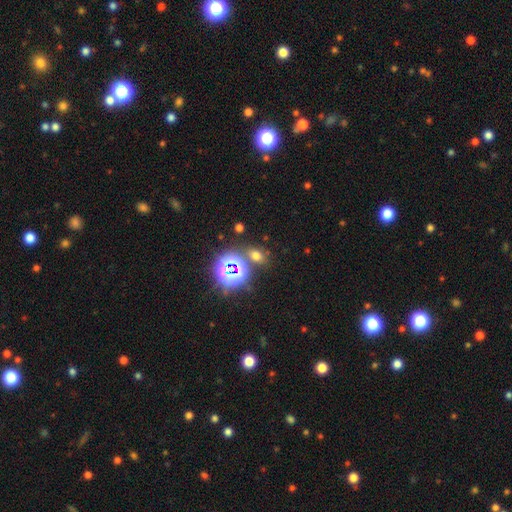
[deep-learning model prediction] Overall: smooth (51%; star or artifact 41%). How rounded: in between (62%; round 36%). Merging: none (75%).